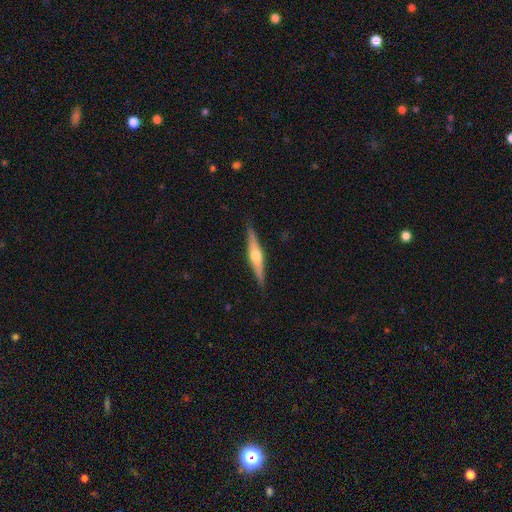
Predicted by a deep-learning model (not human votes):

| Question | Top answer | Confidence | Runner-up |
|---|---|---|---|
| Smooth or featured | featured or disk | 71% | smooth (23%) |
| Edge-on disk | yes | 97% | no (3%) |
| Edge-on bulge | rounded | 93% | boxy (4%) |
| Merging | none | 90% | minor disturbance (8%) |